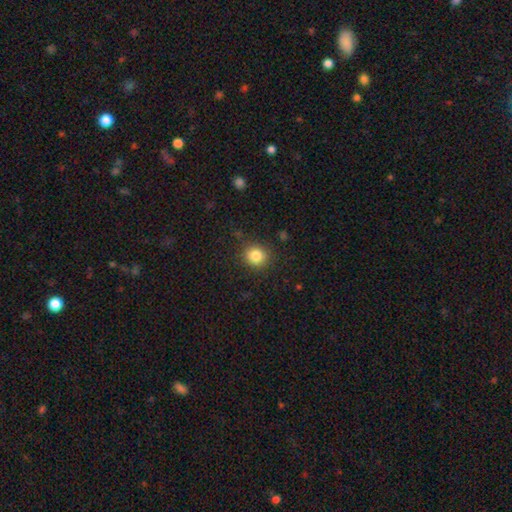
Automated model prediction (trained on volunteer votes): Smooth or featured?
  - smooth: 84% *
  - star or artifact: 11%
  - featured or disk: 5%
How rounded?
  - round: 88% *
  - in between: 11%
  - cigar-shaped: 1%
Merging?
  - none: 88% *
  - minor disturbance: 8%
  - major disturbance: 3%
  - merger: 1%